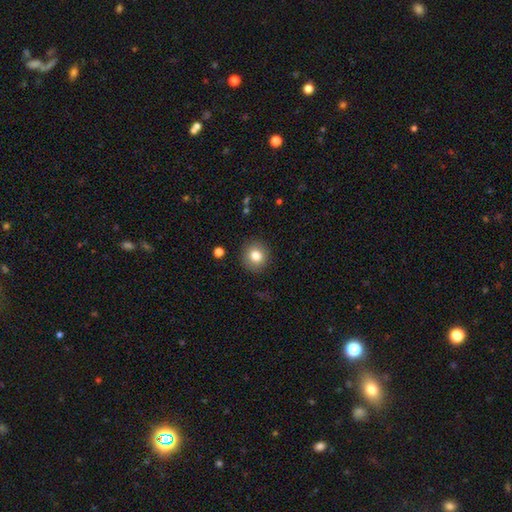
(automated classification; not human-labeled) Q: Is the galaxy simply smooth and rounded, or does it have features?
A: smooth — 82%.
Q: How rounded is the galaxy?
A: round — 89%.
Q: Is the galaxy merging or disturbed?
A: none — 90%.